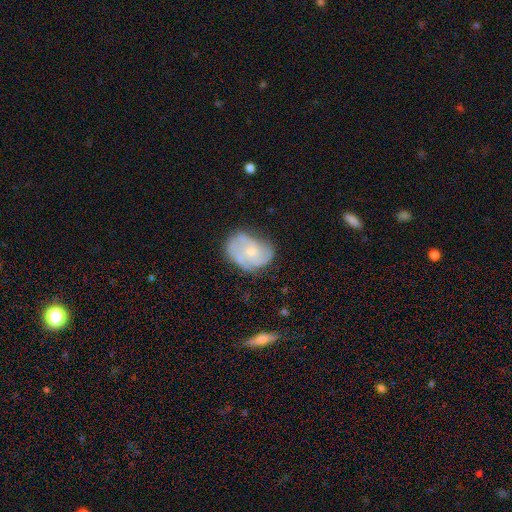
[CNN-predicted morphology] Smooth or featured? featured or disk (62%)
Edge-on disk? no (98%)
Bar? no (75%)
Spiral arms? yes (77%)
Bulge size? small (55%)
Merging? none (51%)